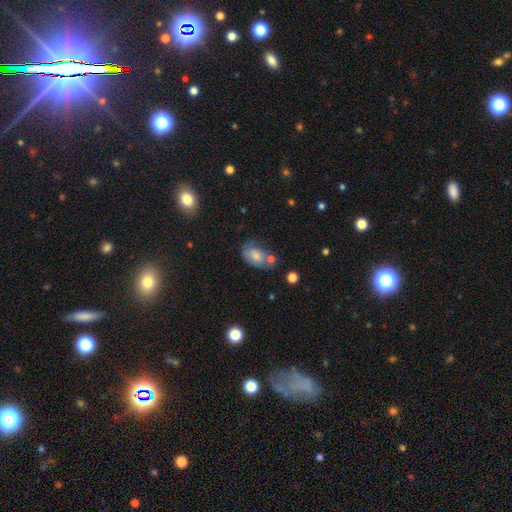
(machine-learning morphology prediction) A smooth galaxy with no disk features (69%) that is in between round and cigar-shaped (87%).

Vote fractions:
- Smooth or featured? smooth: 69% / featured or disk: 22% / star or artifact: 9%
- How rounded? in between: 87% / round: 11% / cigar-shaped: 2%
- Merging? none: 44% / minor disturbance: 26% / merger: 19% / major disturbance: 11%